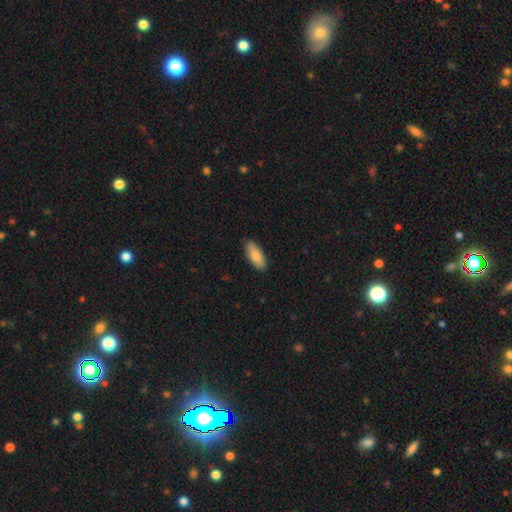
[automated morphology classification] Smooth or featured? smooth (84%)
How rounded? in between (80%)
Merging? none (85%)